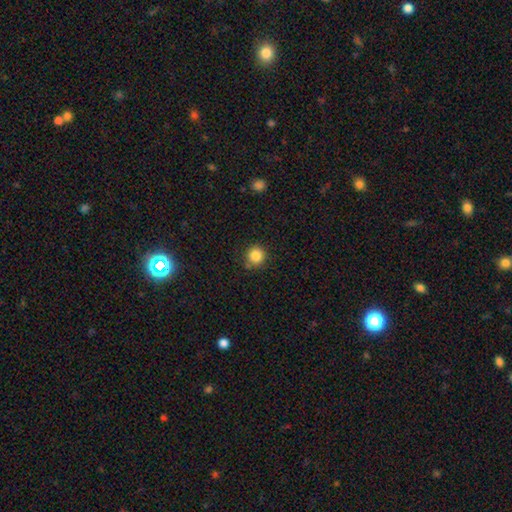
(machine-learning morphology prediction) type=smooth (85%); roundness=round (94%); merging=none (85%).